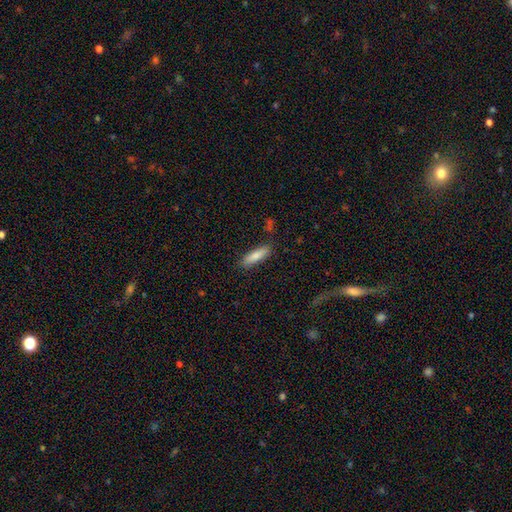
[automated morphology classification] type=smooth (82%); roundness=cigar-shaped (63%); merging=none (84%).